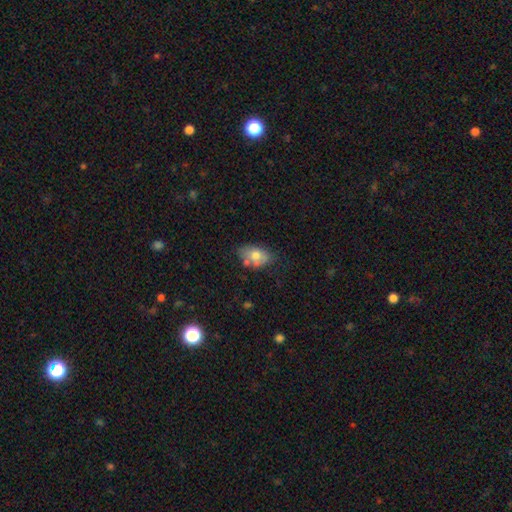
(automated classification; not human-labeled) smooth_or_featured: smooth (p=0.69) [alt: featured or disk p=0.23]
how_rounded: in between (p=0.84) [alt: round p=0.15]
merging: none (p=0.53) [alt: minor disturbance p=0.26]